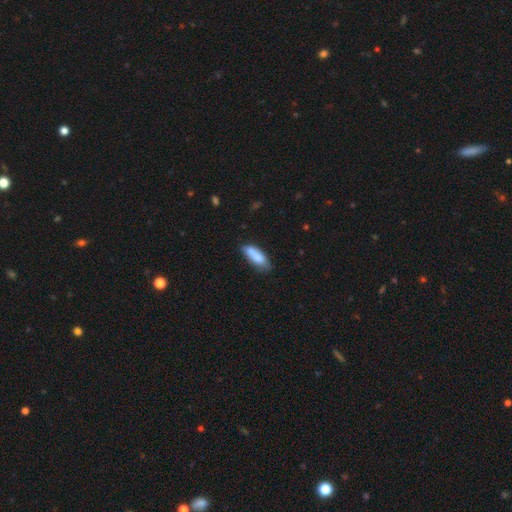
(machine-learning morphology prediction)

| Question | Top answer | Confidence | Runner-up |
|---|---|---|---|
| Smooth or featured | smooth | 81% | featured or disk (12%) |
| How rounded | in between | 64% | cigar-shaped (34%) |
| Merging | none | 59% | minor disturbance (28%) |